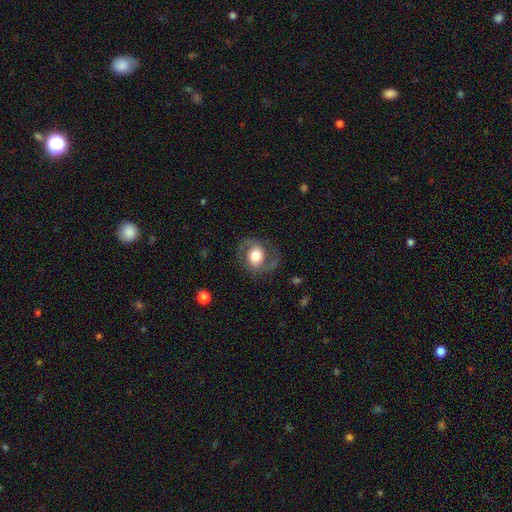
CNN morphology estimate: A featured or disk galaxy (73%) with no bar (60%), 2 (91%) medium (54%) spiral arms (88%) and a moderate central bulge (45%).

Vote fractions:
- Smooth or featured? featured or disk: 73% / smooth: 21% / star or artifact: 6%
- Edge-on disk? no: 97% / yes: 3%
- Bar? no: 60% / weak: 30% / strong: 10%
- Spiral arms? yes: 88% / no: 12%
- Spiral winding? medium: 54% / loose: 29% / tight: 17%
- Spiral arm count? 2: 91% / 1: 3% / can't tell: 3% / 3: 1% / 4: 1% / more than 4: 1%
- Bulge size? moderate: 45% / large: 42% / dominant: 7% / small: 4% / none: 1%
- Merging? none: 76% / minor disturbance: 14% / major disturbance: 9% / merger: 1%